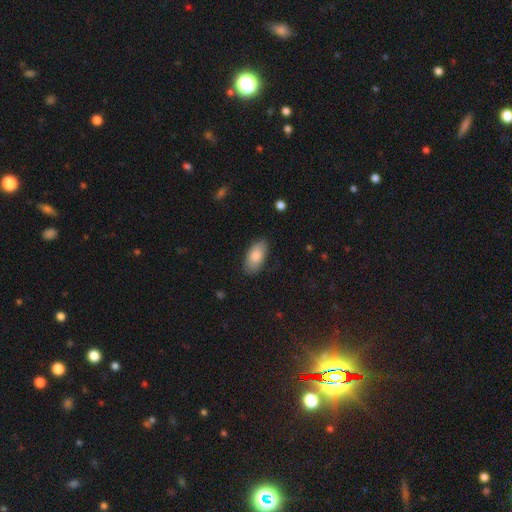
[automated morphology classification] A smooth galaxy with no disk features (82%) that is in between round and cigar-shaped (93%). Merging: none (83%).